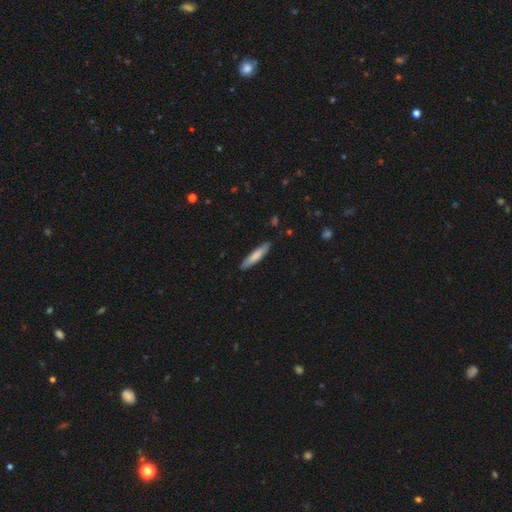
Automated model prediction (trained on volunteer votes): Morphology: type=smooth (78%); roundness=cigar-shaped (85%); merging=none (87%).